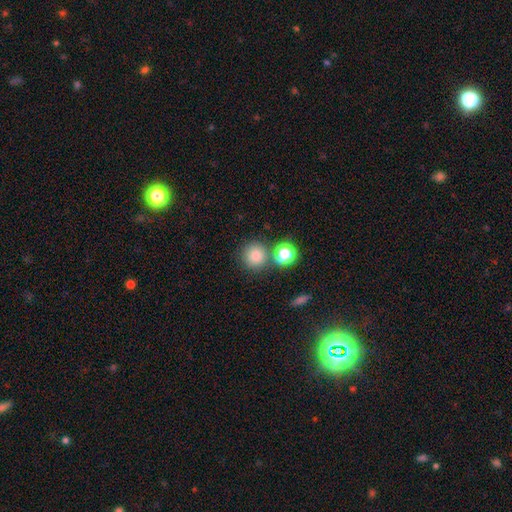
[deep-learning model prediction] Morphology: type=smooth (81%); roundness=round (92%); merging=none (73%).